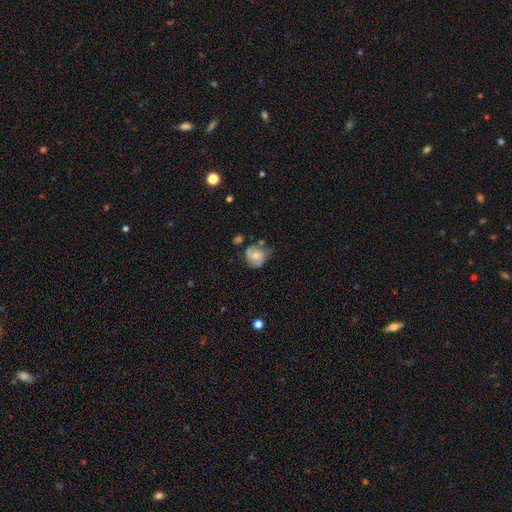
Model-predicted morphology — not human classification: This appears to be a smooth galaxy with no disk features (56%) that is round (73%). Merging: none (48%).